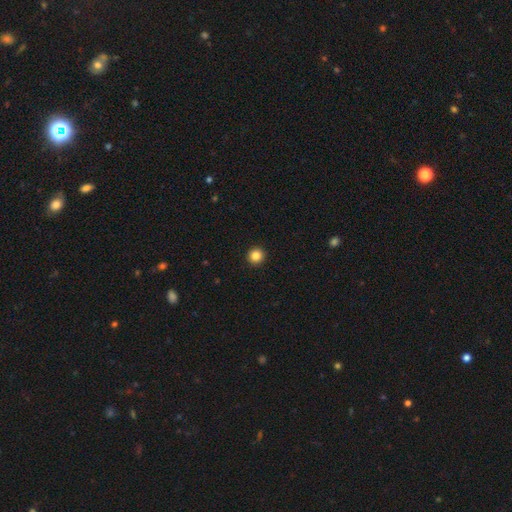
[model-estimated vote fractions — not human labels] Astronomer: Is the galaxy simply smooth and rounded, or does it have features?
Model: smooth — 85%.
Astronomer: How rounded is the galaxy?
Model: round — 95%.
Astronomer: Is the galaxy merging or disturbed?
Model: none — 94%.